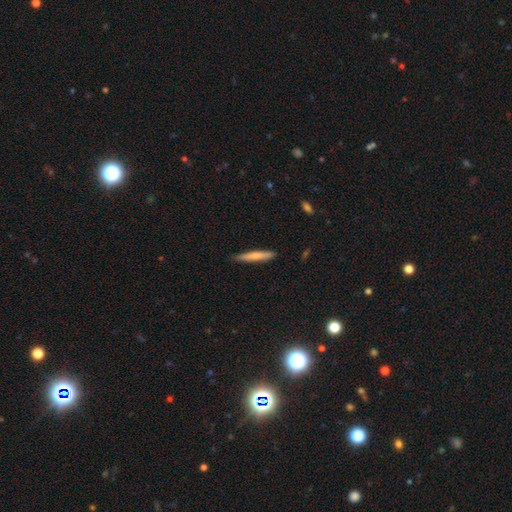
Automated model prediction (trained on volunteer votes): Smooth or featured: smooth — 72% (featured or disk — 23%)
How rounded: cigar-shaped — 94% (in between — 4%)
Merging: none — 87% (minor disturbance — 11%)